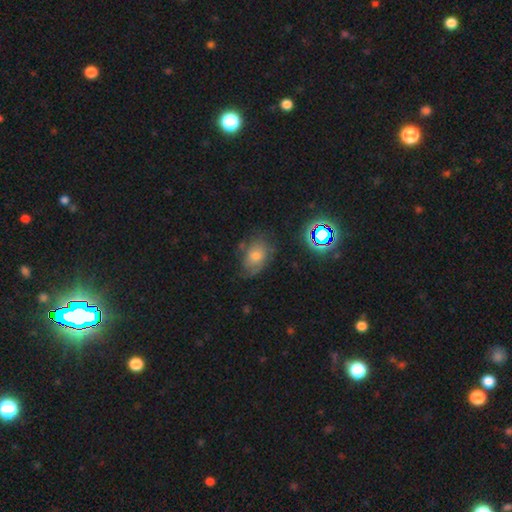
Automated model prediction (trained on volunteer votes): A smooth galaxy with no disk features (50%).

Vote fractions:
- Smooth or featured? smooth: 50% / featured or disk: 28% / star or artifact: 22%
- Merging? none: 60% / minor disturbance: 27% / major disturbance: 10% / merger: 3%